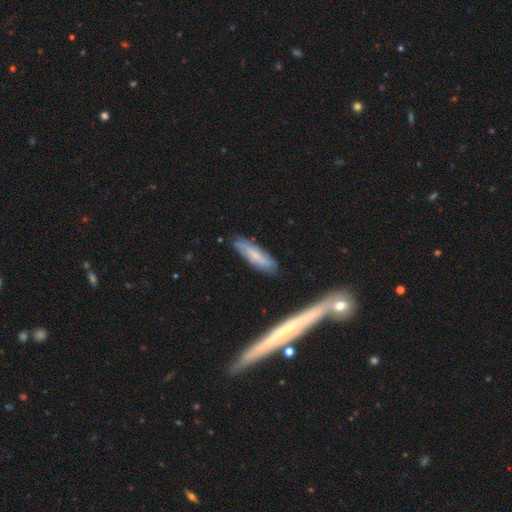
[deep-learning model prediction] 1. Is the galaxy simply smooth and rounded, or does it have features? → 51% smooth, 42% featured or disk, 6% star or artifact.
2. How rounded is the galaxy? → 64% cigar-shaped, 34% in between, 2% round.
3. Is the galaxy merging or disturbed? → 76% none, 17% minor disturbance, 4% major disturbance, 3% merger.